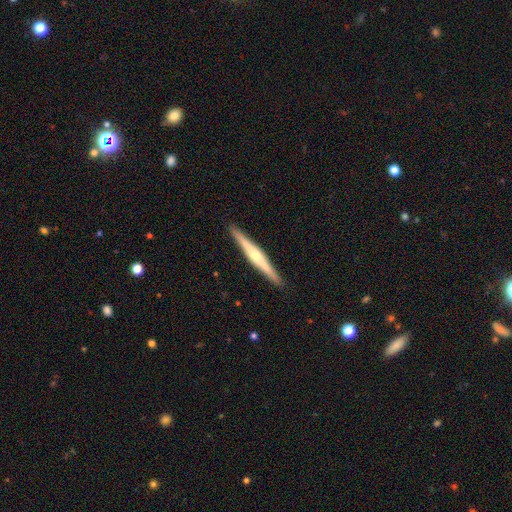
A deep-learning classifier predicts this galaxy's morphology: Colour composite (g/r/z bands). It shows a featured or disk galaxy (72%) viewed edge-on (98%) with a rounded central bulge (84%). Merging: none (92%).